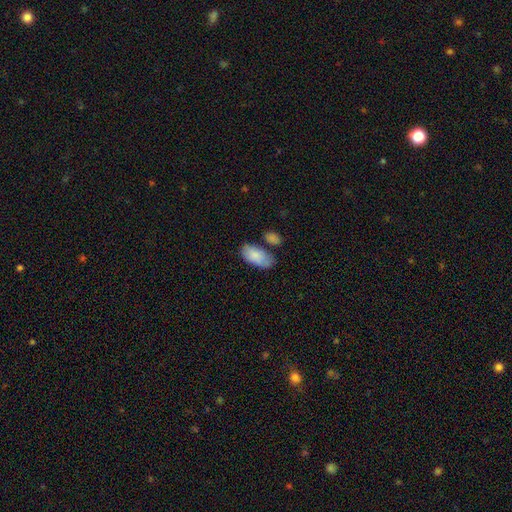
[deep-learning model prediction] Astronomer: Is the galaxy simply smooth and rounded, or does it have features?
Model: smooth — 83%.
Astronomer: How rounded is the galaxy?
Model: in between — 94%.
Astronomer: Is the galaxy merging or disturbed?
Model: none — 54%.